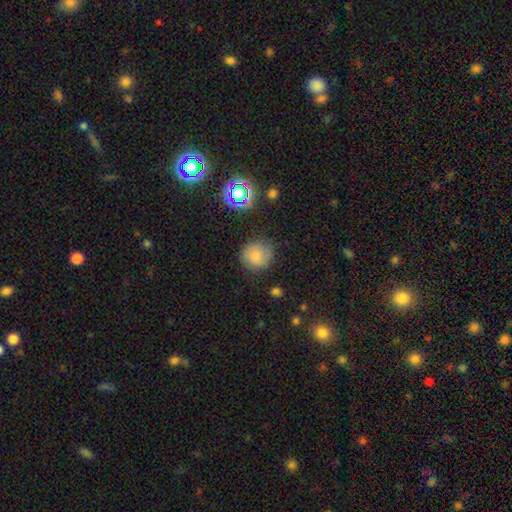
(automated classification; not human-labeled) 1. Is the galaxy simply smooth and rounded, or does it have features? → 73% smooth, 15% featured or disk, 12% star or artifact.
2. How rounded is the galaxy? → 87% round, 12% in between, 1% cigar-shaped.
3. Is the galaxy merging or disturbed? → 76% none, 17% minor disturbance, 5% major disturbance, 2% merger.